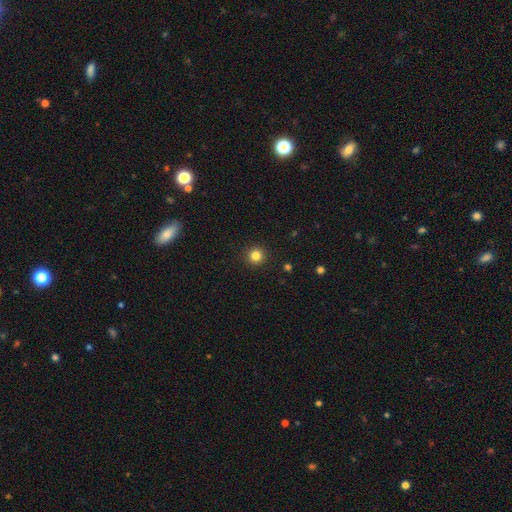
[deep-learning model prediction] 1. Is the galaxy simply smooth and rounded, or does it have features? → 83% smooth, 13% star or artifact, 5% featured or disk.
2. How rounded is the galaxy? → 95% round, 4% in between, 1% cigar-shaped.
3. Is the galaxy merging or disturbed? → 93% none, 4% minor disturbance, 2% major disturbance, 1% merger.